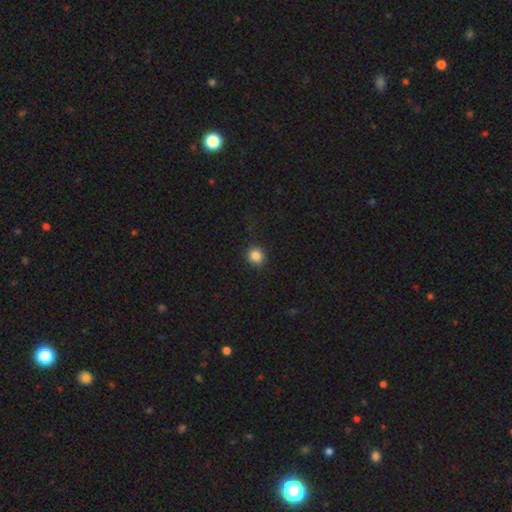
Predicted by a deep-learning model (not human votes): A smooth galaxy with no disk features (85%) that is round (86%).

Vote fractions:
- Smooth or featured? smooth: 85% / star or artifact: 11% / featured or disk: 4%
- How rounded? round: 86% / in between: 13% / cigar-shaped: 1%
- Merging? none: 87% / minor disturbance: 9% / major disturbance: 3% / merger: 1%